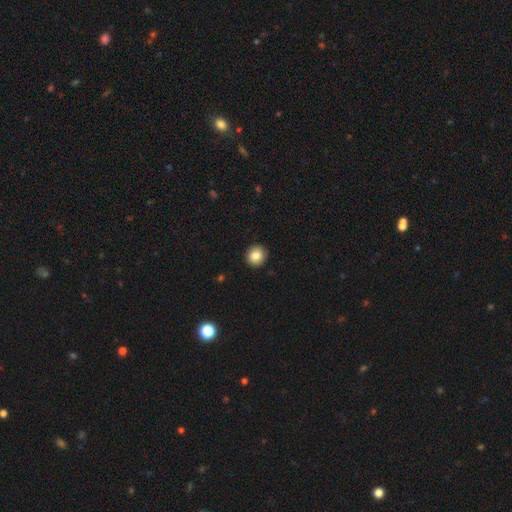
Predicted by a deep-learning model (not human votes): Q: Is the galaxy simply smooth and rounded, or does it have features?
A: smooth — 85%.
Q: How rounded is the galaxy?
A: round — 89%.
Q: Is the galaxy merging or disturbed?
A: none — 92%.